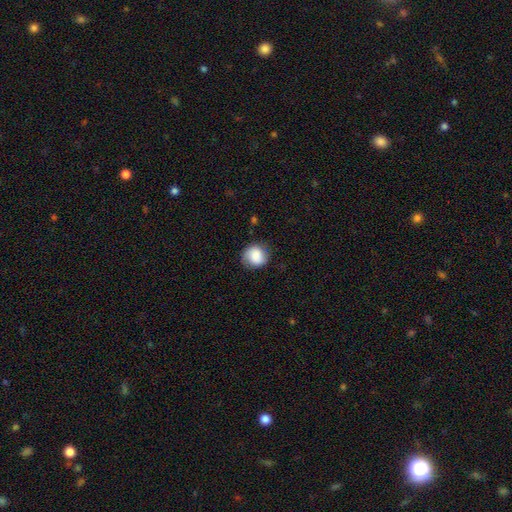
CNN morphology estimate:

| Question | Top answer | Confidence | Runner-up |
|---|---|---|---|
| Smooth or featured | smooth | 83% | featured or disk (10%) |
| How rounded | round | 83% | in between (16%) |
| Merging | none | 74% | minor disturbance (19%) |